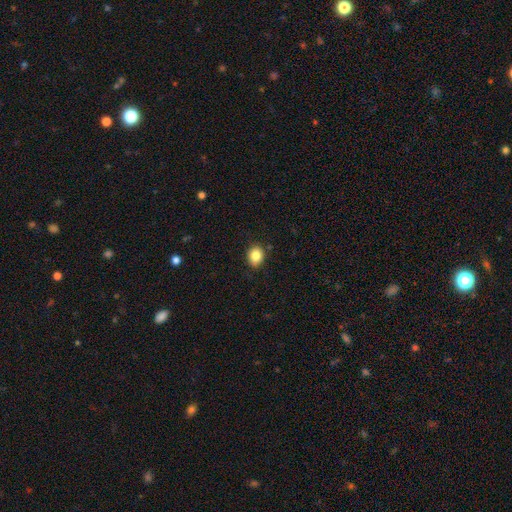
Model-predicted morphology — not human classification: Smooth or featured? Predicted: smooth (p=0.84). How rounded? Predicted: round (p=0.53). Merging? Predicted: none (p=0.87).